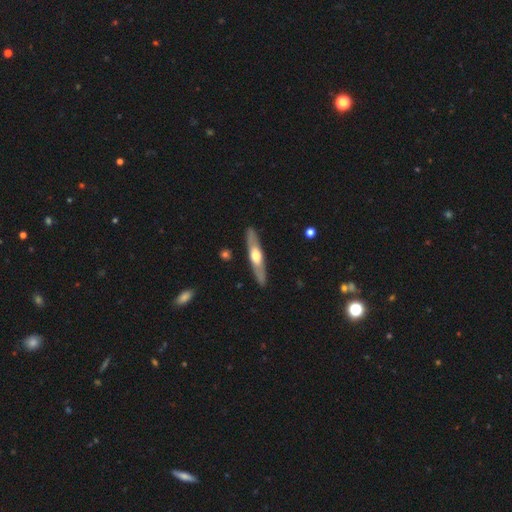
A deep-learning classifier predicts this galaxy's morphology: smooth-or-featured: featured or disk: 58% | smooth: 37% | star or artifact: 5%
  disk-edge-on: yes: 87% | no: 13%
    edge-on-bulge: rounded: 88% | none: 7% | boxy: 5%
  merging: none: 89% | minor disturbance: 8% | major disturbance: 2% | merger: 1%